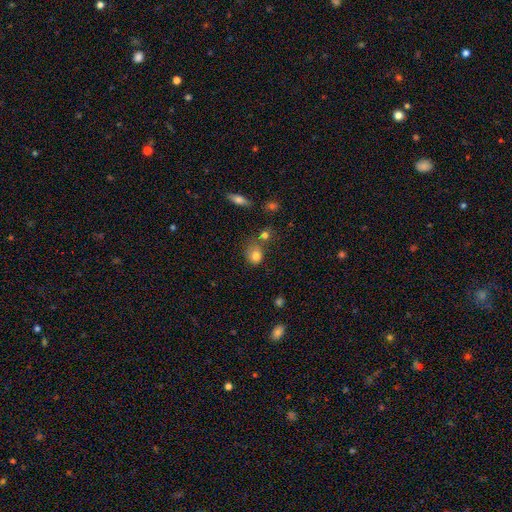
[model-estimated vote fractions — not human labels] Smooth or featured? smooth (80%)
How rounded? round (63%)
Merging? none (53%)